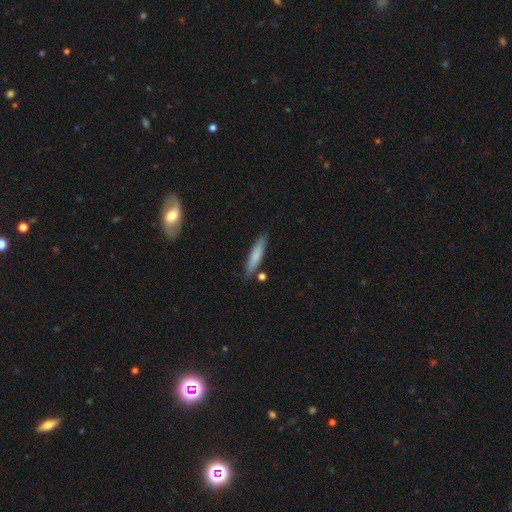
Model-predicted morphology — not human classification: This appears to be a smooth galaxy with no disk features (78%) that is cigar-shaped (85%). Merging: none (82%).